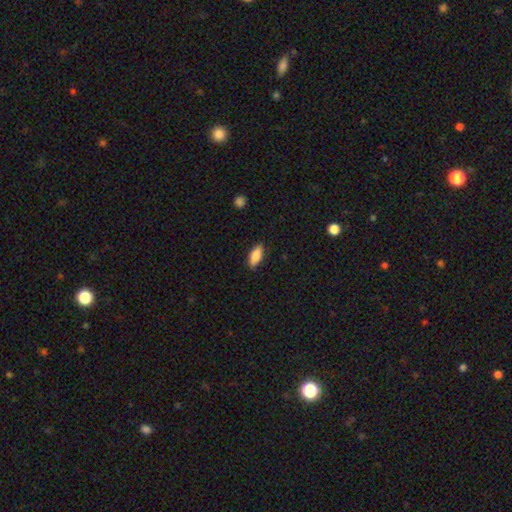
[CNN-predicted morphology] Smooth or featured?
  - smooth: 87% *
  - featured or disk: 7%
  - star or artifact: 6%
How rounded?
  - in between: 85% *
  - cigar-shaped: 13%
  - round: 2%
Merging?
  - none: 85% *
  - minor disturbance: 12%
  - major disturbance: 2%
  - merger: 1%